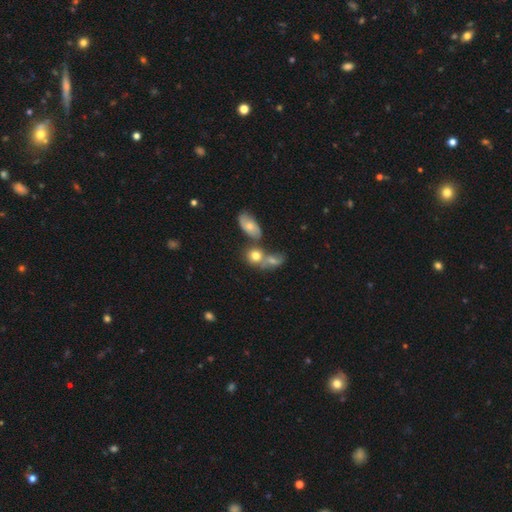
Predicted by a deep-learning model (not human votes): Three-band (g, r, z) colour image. It shows a smooth galaxy with no disk features (70%) that is round (59%). Merging: merger (43%).